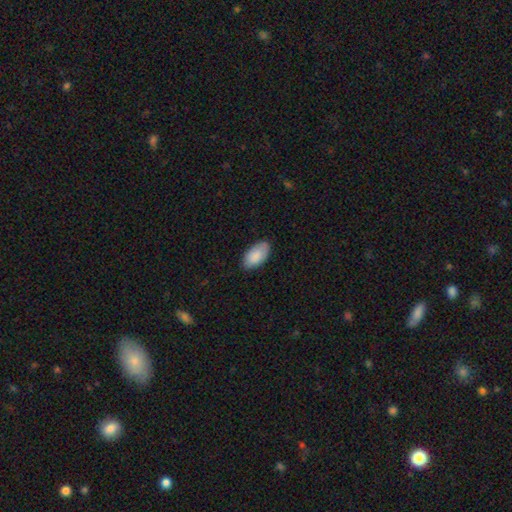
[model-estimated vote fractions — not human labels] Overall: smooth (88%). How rounded: in between (95%). Merging: none (82%).